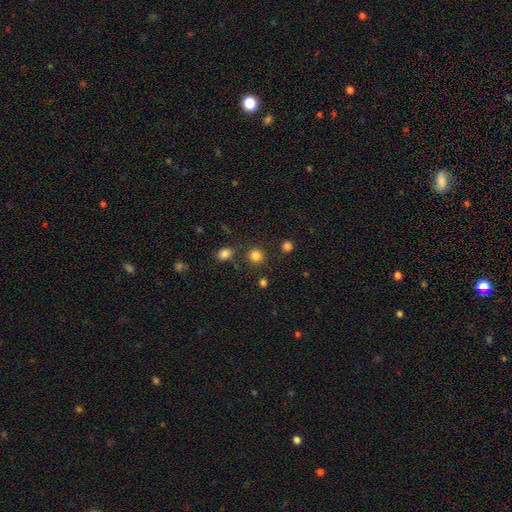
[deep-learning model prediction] A smooth galaxy with no disk features (83%) that is round (89%). Merging: none (84%).